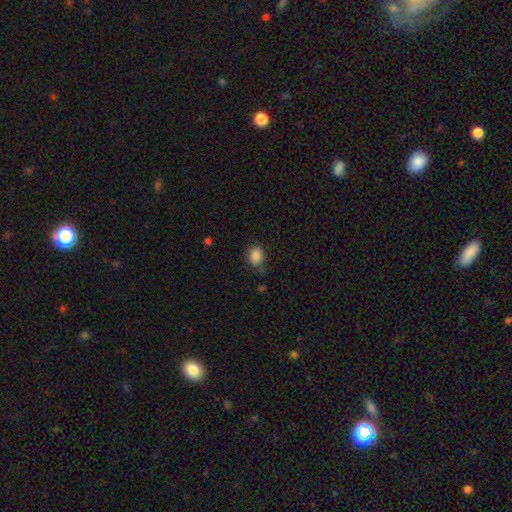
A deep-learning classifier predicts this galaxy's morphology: This appears to be a smooth galaxy with no disk features (86%) that is in between round and cigar-shaped (63%). Merging: none (75%).